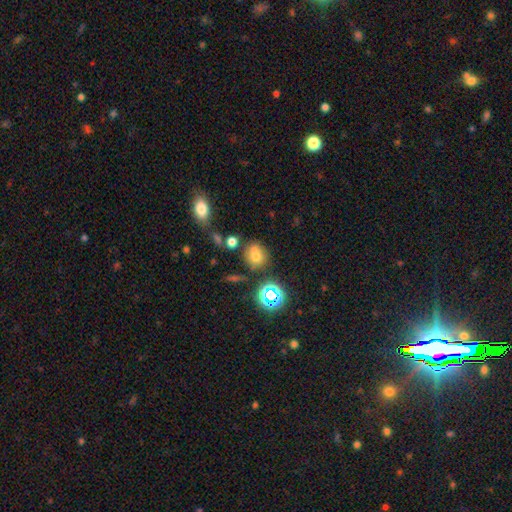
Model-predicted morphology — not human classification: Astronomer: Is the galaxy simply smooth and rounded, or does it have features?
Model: smooth — 66%.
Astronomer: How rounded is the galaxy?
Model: round — 72%.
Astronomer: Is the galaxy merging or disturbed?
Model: none — 71%.